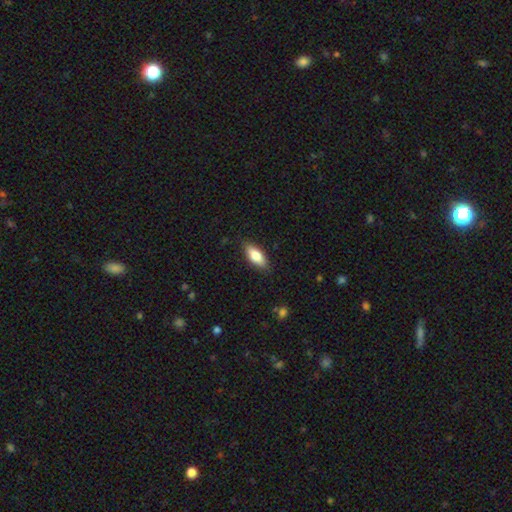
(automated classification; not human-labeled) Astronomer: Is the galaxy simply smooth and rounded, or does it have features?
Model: smooth — 80%.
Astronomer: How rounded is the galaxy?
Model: in between — 80%.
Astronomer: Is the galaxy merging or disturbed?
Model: none — 85%.